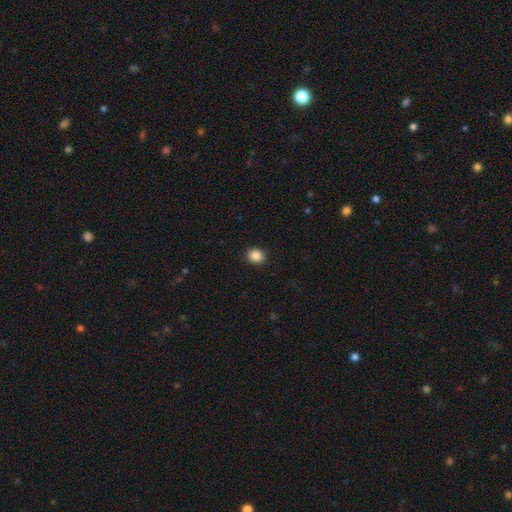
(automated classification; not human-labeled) smooth_or_featured: smooth (p=0.87) [alt: star or artifact p=0.10]
how_rounded: round (p=0.71) [alt: in between p=0.28]
merging: none (p=0.91) [alt: minor disturbance p=0.06]